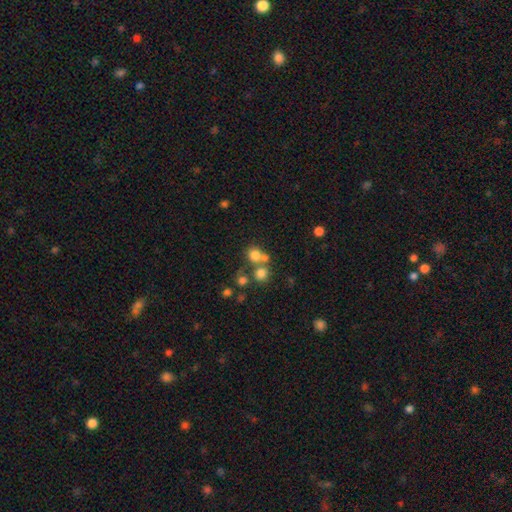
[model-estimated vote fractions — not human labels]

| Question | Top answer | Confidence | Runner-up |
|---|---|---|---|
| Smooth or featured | smooth | 72% | star or artifact (16%) |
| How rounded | round | 83% | in between (15%) |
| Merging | none | 48% | merger (39%) |